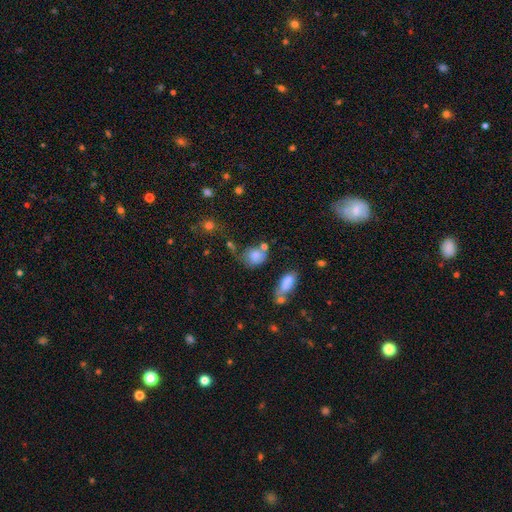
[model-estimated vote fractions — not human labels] smooth_or_featured: smooth (p=0.75) [alt: featured or disk p=0.14]
how_rounded: round (p=0.54) [alt: in between p=0.44]
merging: none (p=0.39) [alt: minor disturbance p=0.25]